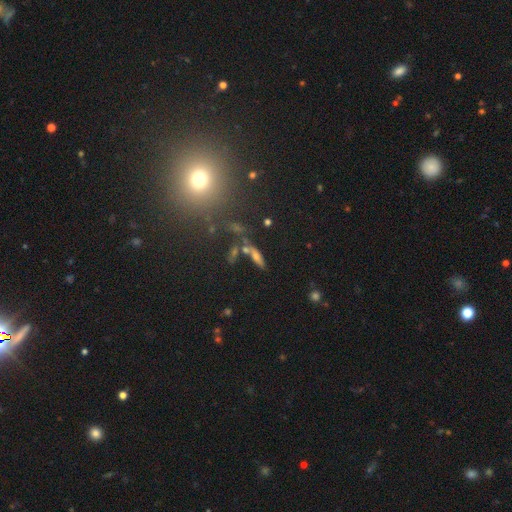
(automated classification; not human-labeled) smooth 46%, featured or disk 34%, star or artifact 20%. Down the decision tree: merging — none (60%).